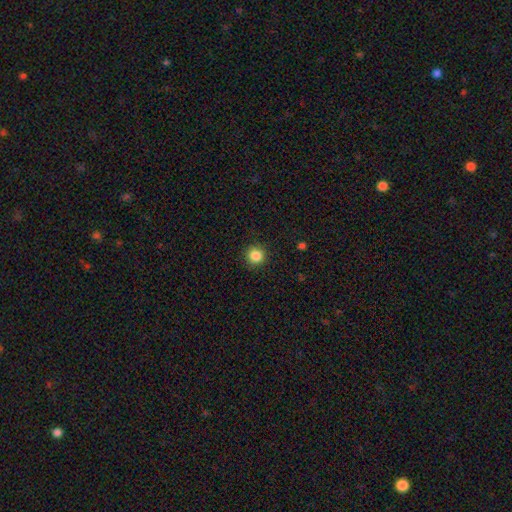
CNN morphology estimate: smooth 85%, star or artifact 11%, featured or disk 4%. Down the decision tree: how rounded — round (94%); merging — none (90%).